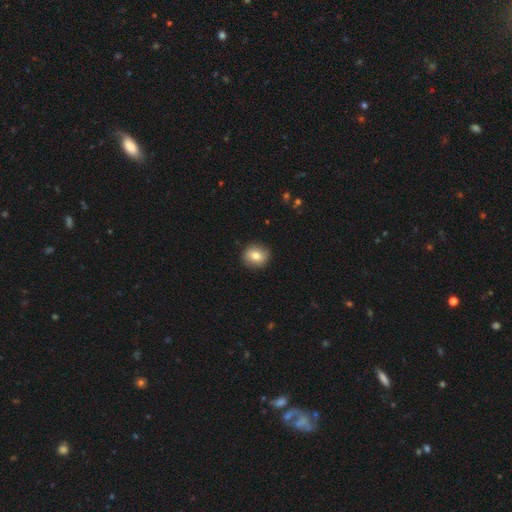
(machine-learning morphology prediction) Smooth or featured?
  - smooth: 74% *
  - featured or disk: 17%
  - star or artifact: 9%
How rounded?
  - round: 82% *
  - in between: 17%
  - cigar-shaped: 1%
Merging?
  - none: 89% *
  - minor disturbance: 8%
  - major disturbance: 2%
  - merger: 1%